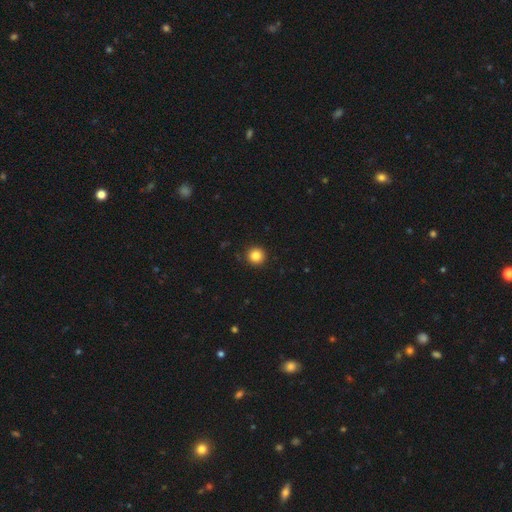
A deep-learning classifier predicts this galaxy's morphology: A smooth galaxy with no disk features (85%) that is round (95%). Merging: none (92%).